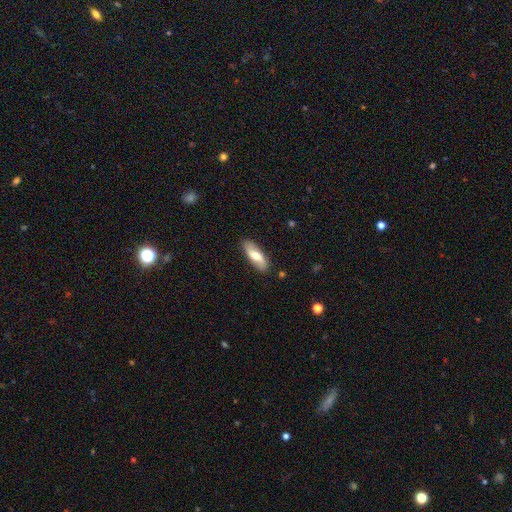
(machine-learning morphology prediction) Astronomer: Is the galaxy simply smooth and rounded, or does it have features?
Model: smooth — 58% (runner-up: featured or disk, 36%).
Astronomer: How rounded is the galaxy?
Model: in between — 68%.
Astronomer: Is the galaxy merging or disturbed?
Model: none — 86%.